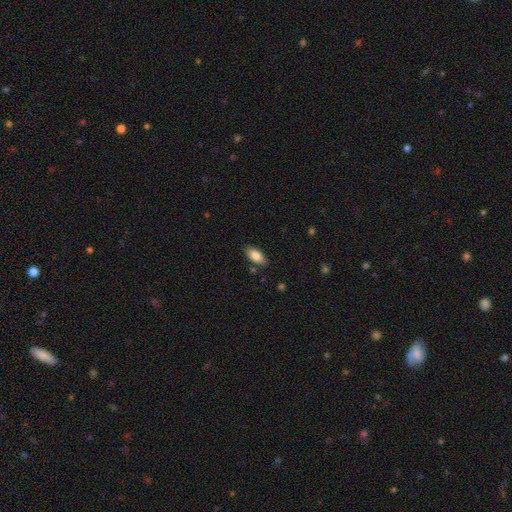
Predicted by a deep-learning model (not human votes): Smooth or featured: smooth — 84% (featured or disk — 9%)
How rounded: in between — 89% (cigar-shaped — 9%)
Merging: none — 84% (minor disturbance — 11%)